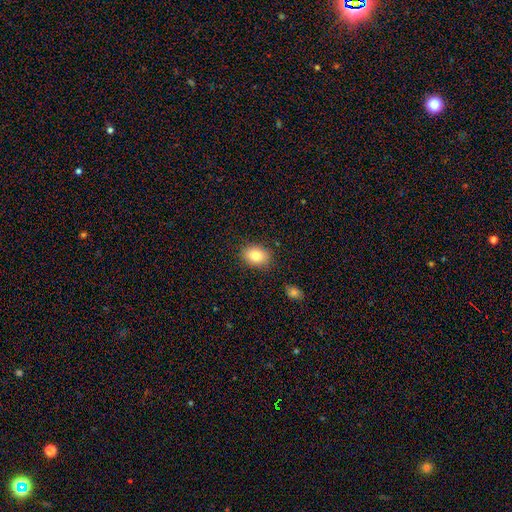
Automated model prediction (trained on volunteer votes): smooth-or-featured: smooth: 83% | star or artifact: 9% | featured or disk: 8%
  how-rounded: in between: 67% | round: 32% | cigar-shaped: 1%
  merging: none: 85% | minor disturbance: 11% | major disturbance: 3% | merger: 2%